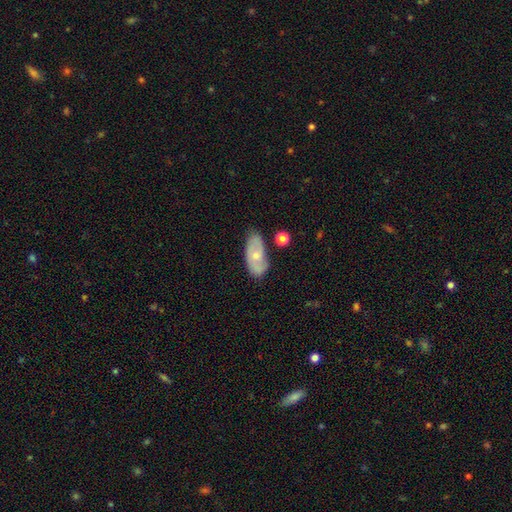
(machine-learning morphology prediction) Smooth or featured? featured or disk (47%)
Merging? none (64%)